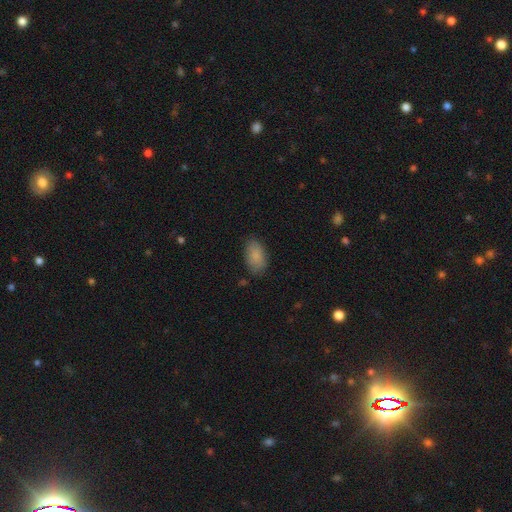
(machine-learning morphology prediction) Q: Smooth or featured?
A: smooth (87%); runner-up: star or artifact (7%)
Q: How rounded?
A: in between (93%); runner-up: round (4%)
Q: Merging?
A: none (82%); runner-up: minor disturbance (13%)